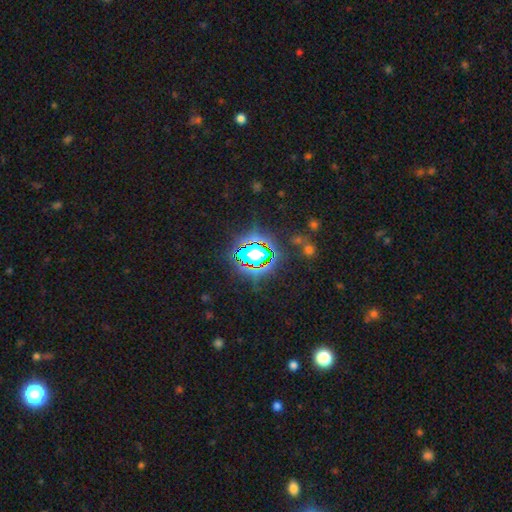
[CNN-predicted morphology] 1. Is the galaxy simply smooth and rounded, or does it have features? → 75% star or artifact, 15% smooth, 10% featured or disk.